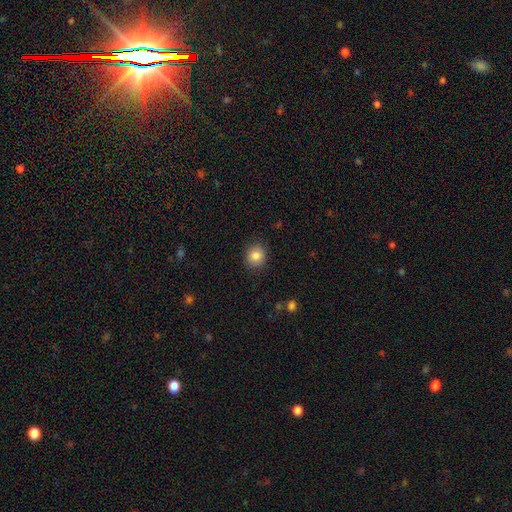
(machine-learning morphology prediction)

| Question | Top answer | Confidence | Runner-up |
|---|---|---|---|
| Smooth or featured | smooth | 84% | star or artifact (10%) |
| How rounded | round | 82% | in between (18%) |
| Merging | none | 89% | minor disturbance (8%) |